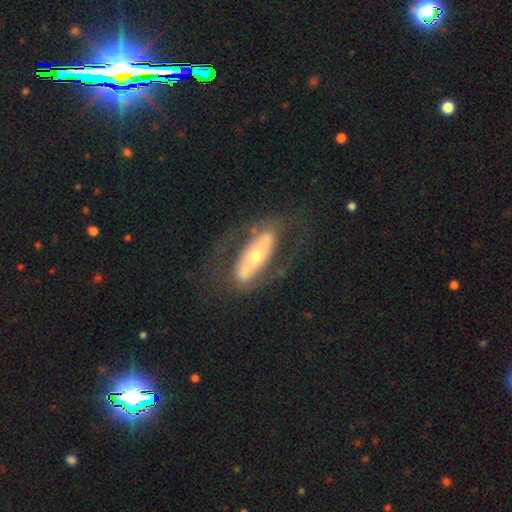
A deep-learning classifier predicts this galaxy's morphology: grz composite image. It shows a featured or disk galaxy (69%) with a strong bar (42%, tied with no), spiral arms (50%, tied with no) and a moderate central bulge (48%). Merging: none (69%).